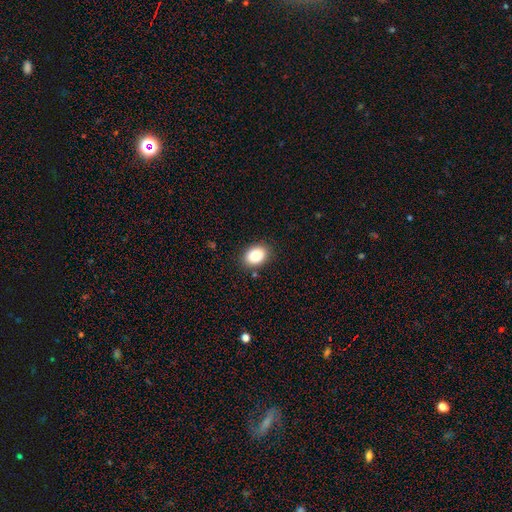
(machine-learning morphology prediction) smooth-or-featured: smooth: 87% | star or artifact: 8% | featured or disk: 5%
  how-rounded: in between: 76% | round: 23% | cigar-shaped: 1%
  merging: none: 87% | minor disturbance: 9% | major disturbance: 2% | merger: 1%